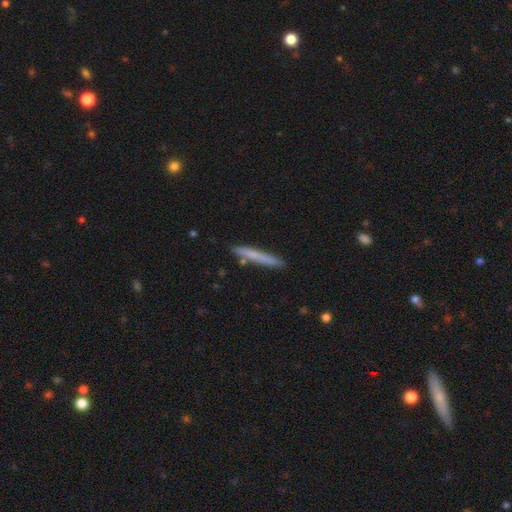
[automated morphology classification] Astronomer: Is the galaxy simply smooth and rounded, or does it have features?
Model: smooth — 66%.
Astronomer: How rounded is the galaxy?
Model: cigar-shaped — 96%.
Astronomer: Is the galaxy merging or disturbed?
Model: none — 86%.